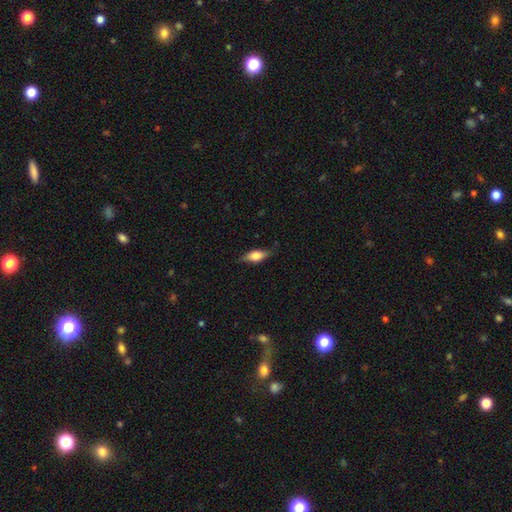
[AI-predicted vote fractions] A smooth galaxy with no disk features (63%) that is in between round and cigar-shaped (71%).

Vote fractions:
- Smooth or featured? smooth: 63% / featured or disk: 31% / star or artifact: 7%
- How rounded? in between: 71% / cigar-shaped: 25% / round: 4%
- Merging? none: 77% / minor disturbance: 18% / major disturbance: 4% / merger: 1%